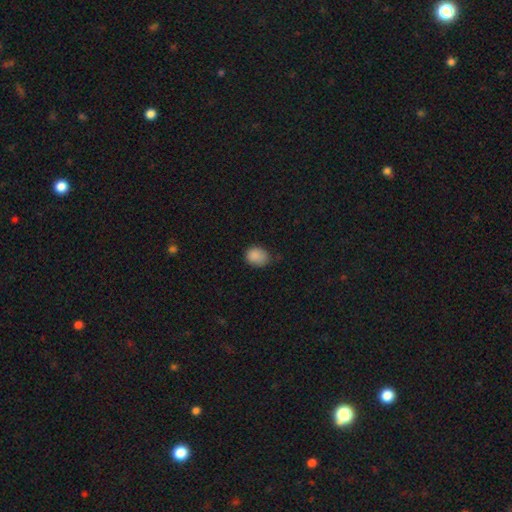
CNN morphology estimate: A smooth galaxy with no disk features (86%) that is round (50%). Merging: none (54%).